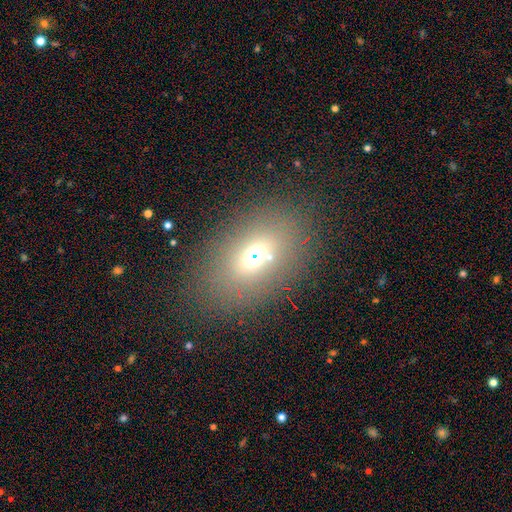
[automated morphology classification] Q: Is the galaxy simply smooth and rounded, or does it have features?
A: smooth — 60%.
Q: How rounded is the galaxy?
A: in between — 78%.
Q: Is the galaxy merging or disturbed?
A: none — 69%.